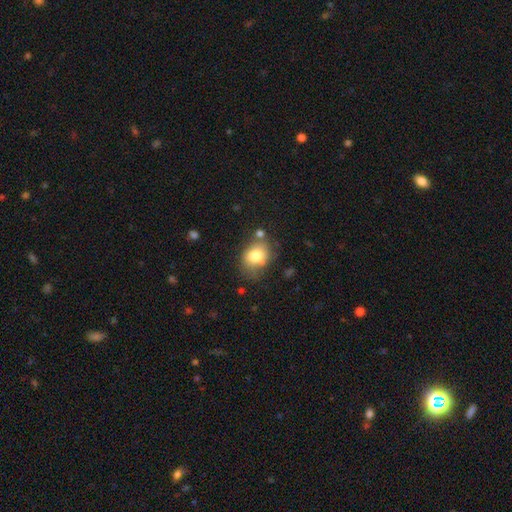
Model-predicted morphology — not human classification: Overall: smooth (78%). How rounded: in between (57%; round 42%). Merging: none (63%).